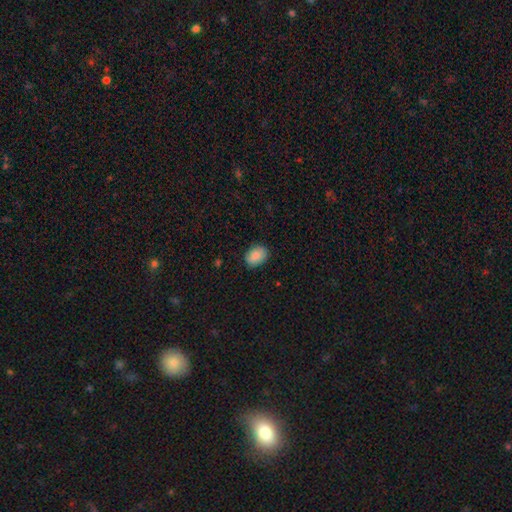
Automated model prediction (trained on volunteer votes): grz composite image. It shows a smooth galaxy with no disk features (87%) that is in between round and cigar-shaped (68%). Merging: none (85%).